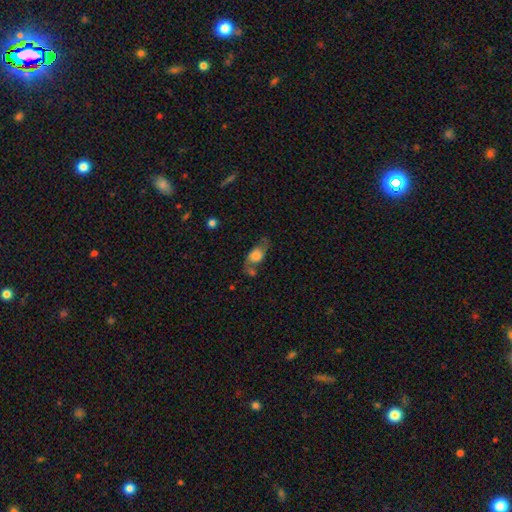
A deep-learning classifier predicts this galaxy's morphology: Smooth or featured: smooth — 46% (featured or disk — 45%)
Merging: none — 48% (minor disturbance — 23%)